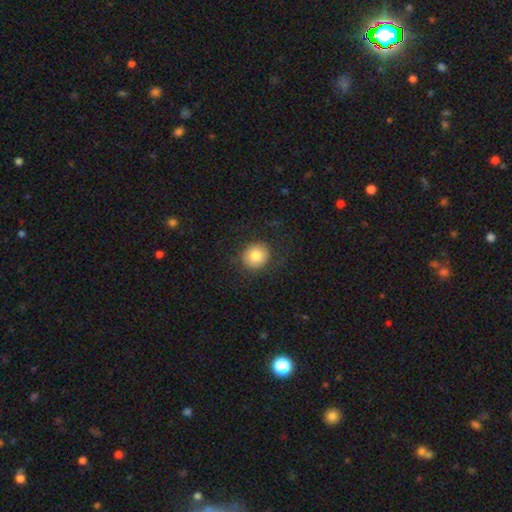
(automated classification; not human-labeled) Smooth or featured? smooth (81%)
How rounded? round (85%)
Merging? none (83%)